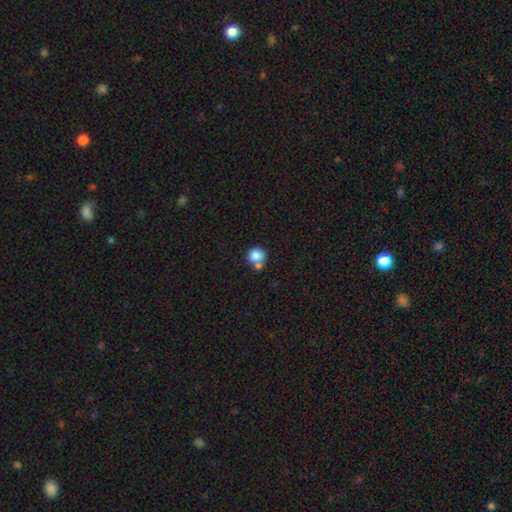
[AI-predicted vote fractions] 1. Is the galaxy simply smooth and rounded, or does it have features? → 83% smooth, 9% star or artifact, 8% featured or disk.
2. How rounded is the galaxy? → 90% round, 9% in between, 1% cigar-shaped.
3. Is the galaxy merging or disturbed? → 50% none, 35% merger, 11% minor disturbance, 4% major disturbance.